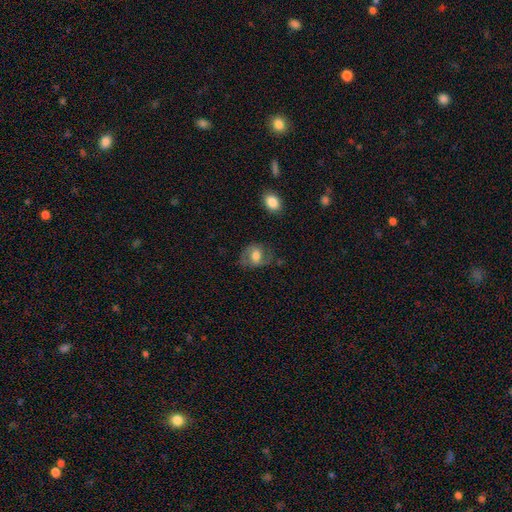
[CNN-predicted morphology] Smooth or featured: featured or disk — 46% (tied with smooth — 46%)
Merging: none — 64% (minor disturbance — 22%)